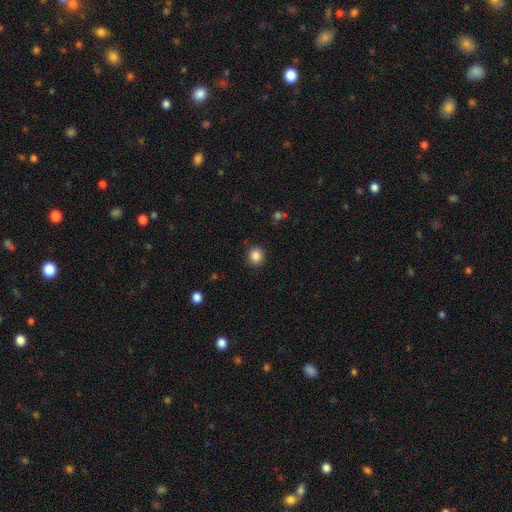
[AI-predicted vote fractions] Morphology: type=smooth (86%); roundness=round (89%); merging=none (90%).